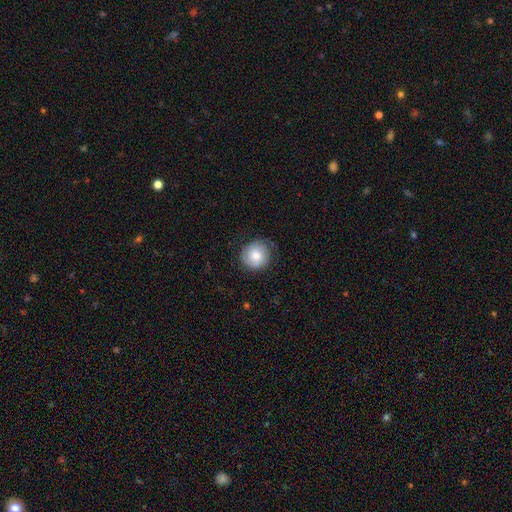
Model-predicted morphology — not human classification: smooth_or_featured: smooth (p=0.61) [alt: featured or disk p=0.31]
how_rounded: round (p=0.89) [alt: in between p=0.10]
merging: none (p=0.71) [alt: minor disturbance p=0.21]